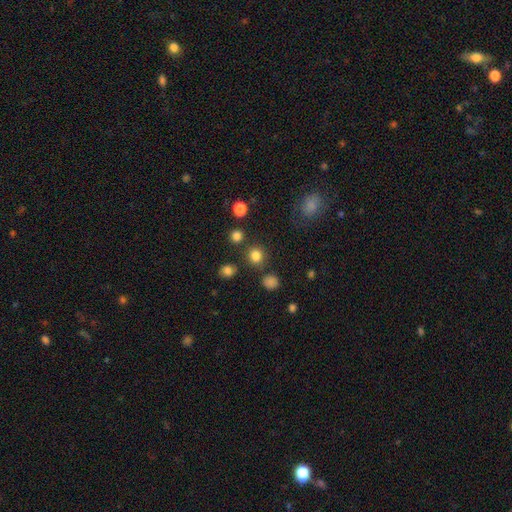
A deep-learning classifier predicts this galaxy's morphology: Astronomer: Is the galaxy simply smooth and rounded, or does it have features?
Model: smooth — 81%.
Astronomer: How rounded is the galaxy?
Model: round — 87%.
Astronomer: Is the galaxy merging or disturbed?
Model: none — 84%.